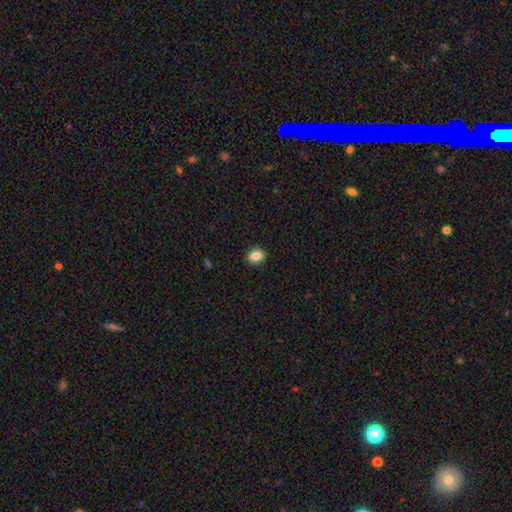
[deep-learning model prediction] Smooth or featured?
  - smooth: 86% *
  - star or artifact: 9%
  - featured or disk: 5%
How rounded?
  - in between: 51% *
  - round: 48%
  - cigar-shaped: 1%
Merging?
  - none: 91% *
  - minor disturbance: 7%
  - major disturbance: 2%
  - merger: 1%